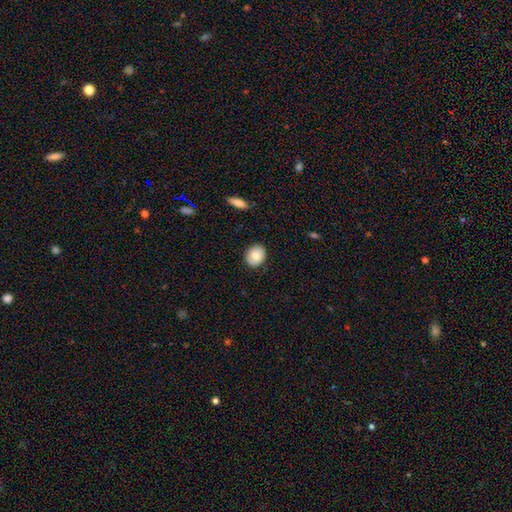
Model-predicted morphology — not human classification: type=smooth (80%); roundness=round (64%); merging=none (86%).